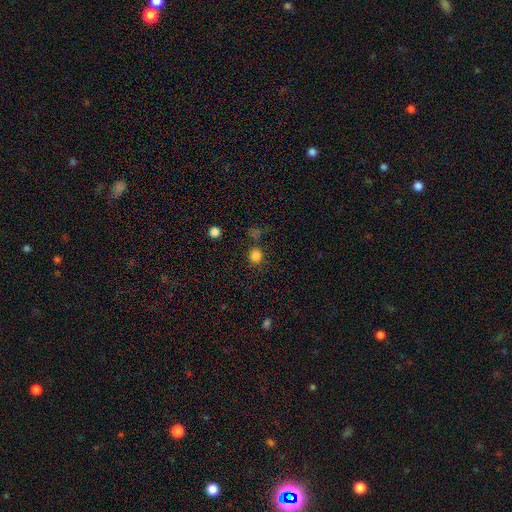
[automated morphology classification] A smooth galaxy with no disk features (81%) that is round (90%).

Vote fractions:
- Smooth or featured? smooth: 81% / star or artifact: 15% / featured or disk: 4%
- How rounded? round: 90% / in between: 9% / cigar-shaped: 1%
- Merging? none: 82% / minor disturbance: 9% / merger: 5% / major disturbance: 4%